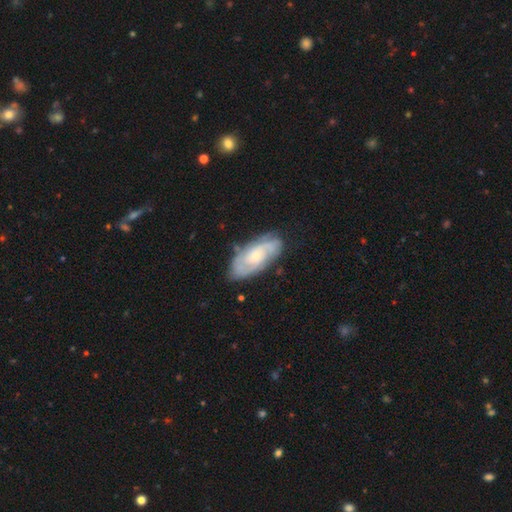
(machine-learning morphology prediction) Smooth or featured? featured or disk (70%)
Edge-on disk? no (92%)
Bar? no (68%)
Spiral arms? yes (90%)
Spiral winding? tight (53%)
Spiral arm count? 2 (43%)
Bulge size? small (52%)
Merging? none (74%)